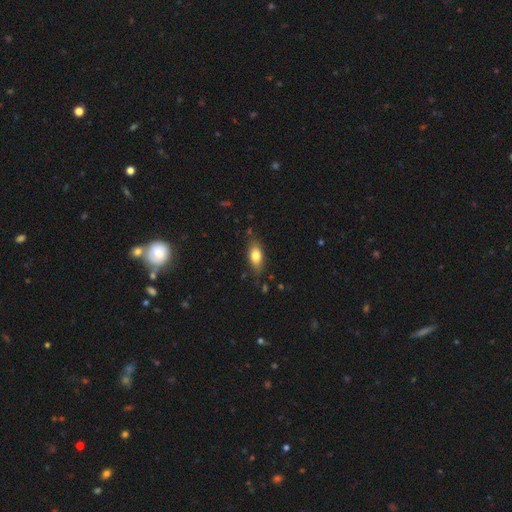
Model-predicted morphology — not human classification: Smooth or featured? Predicted: smooth (p=0.78). How rounded? Predicted: in between (p=0.84). Merging? Predicted: none (p=0.77).